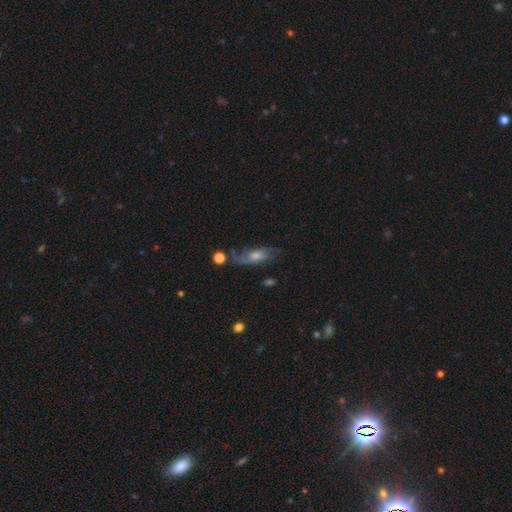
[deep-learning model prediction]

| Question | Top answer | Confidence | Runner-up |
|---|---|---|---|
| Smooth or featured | featured or disk | 64% | smooth (24%) |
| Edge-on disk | no | 83% | yes (17%) |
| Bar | no | 69% | weak (26%) |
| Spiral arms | yes | 86% | no (14%) |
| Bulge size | moderate | 53% | small (28%) |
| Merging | none | 57% | minor disturbance (21%) |